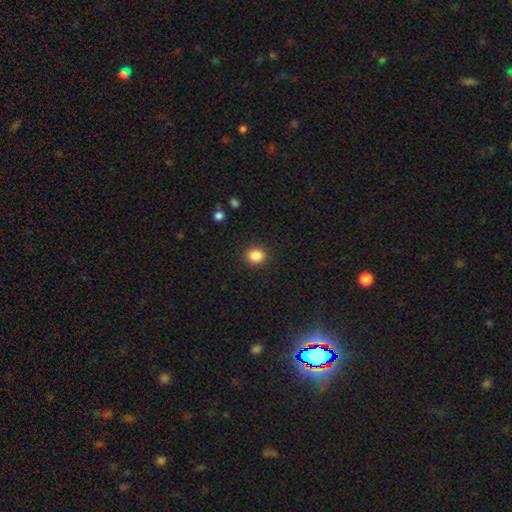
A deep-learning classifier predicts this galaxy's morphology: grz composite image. It shows a smooth galaxy with no disk features (86%) that is round (79%). Merging: none (90%).